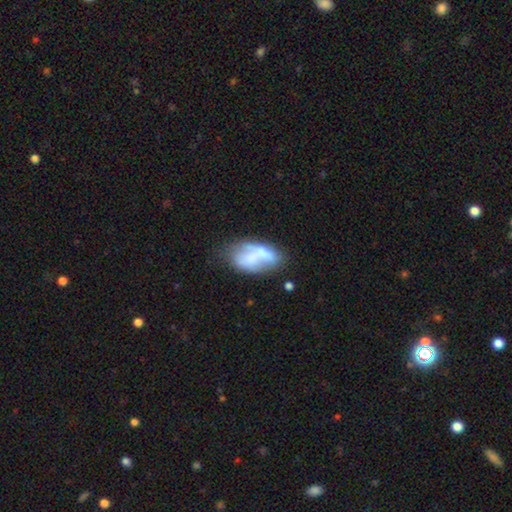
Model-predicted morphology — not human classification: Smooth or featured? smooth (50%)
Merging? none (32%)